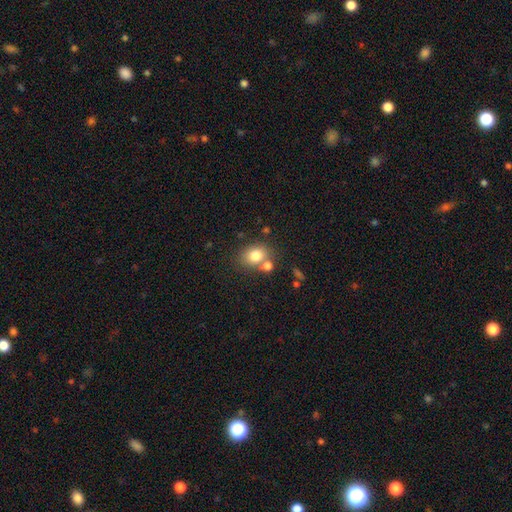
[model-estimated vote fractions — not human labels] Morphology: type=smooth (78%); roundness=in between (53%); merging=none (61%).